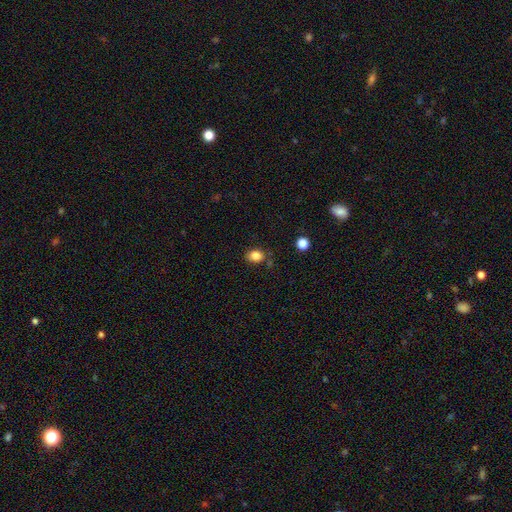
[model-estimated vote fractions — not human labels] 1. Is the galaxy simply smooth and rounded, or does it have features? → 84% smooth, 11% star or artifact, 5% featured or disk.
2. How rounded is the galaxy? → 52% round, 47% in between, 1% cigar-shaped.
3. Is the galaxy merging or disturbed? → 79% none, 14% minor disturbance, 4% merger, 3% major disturbance.